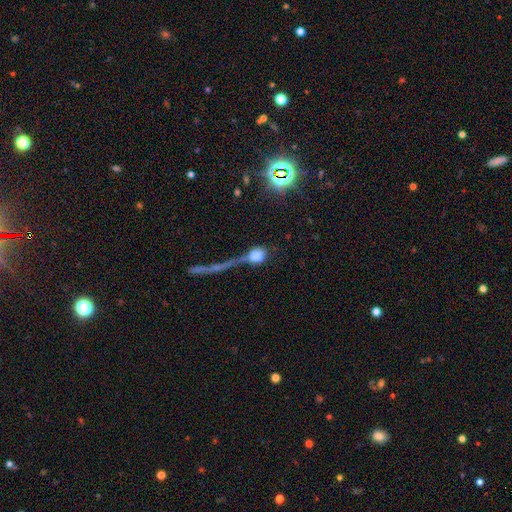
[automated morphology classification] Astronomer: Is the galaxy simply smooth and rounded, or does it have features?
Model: smooth — 67%.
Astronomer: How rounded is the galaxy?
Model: round — 63%.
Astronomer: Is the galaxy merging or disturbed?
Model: none — 37% (runner-up: merger, 26%).